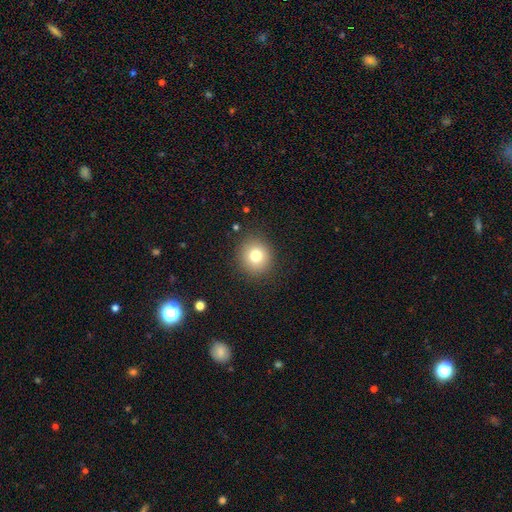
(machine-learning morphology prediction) Smooth or featured?
  - smooth: 78% *
  - star or artifact: 12%
  - featured or disk: 10%
How rounded?
  - round: 88% *
  - in between: 11%
  - cigar-shaped: 1%
Merging?
  - none: 89% *
  - minor disturbance: 7%
  - major disturbance: 3%
  - merger: 1%